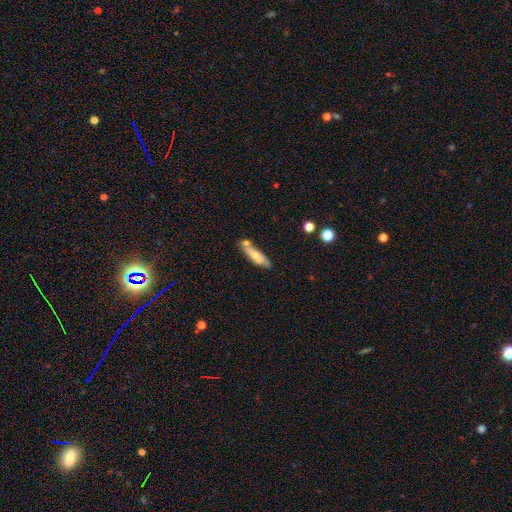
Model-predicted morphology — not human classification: Overall: smooth (57%; featured or disk 37%). How rounded: cigar-shaped (64%; in between 34%). Merging: none (64%).